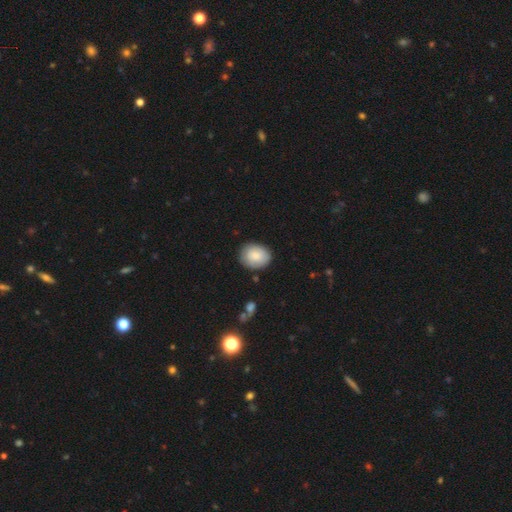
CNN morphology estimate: smooth_or_featured: smooth (p=0.83) [alt: featured or disk p=0.10]
how_rounded: round (p=0.53) [alt: in between p=0.46]
merging: none (p=0.81) [alt: minor disturbance p=0.14]